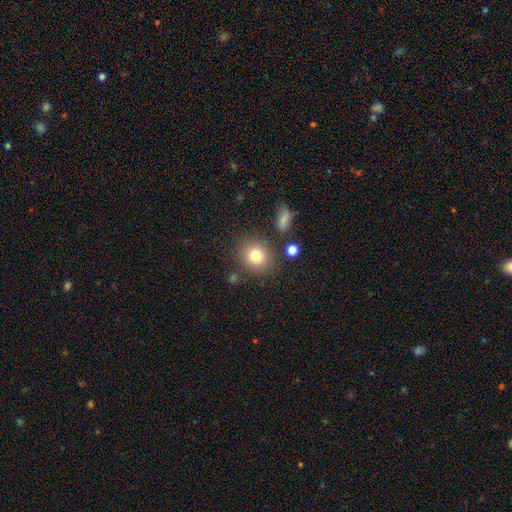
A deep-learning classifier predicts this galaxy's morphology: This is likely a smooth galaxy (79%). How rounded: likely round (79%). Merging: clearly none (81%).